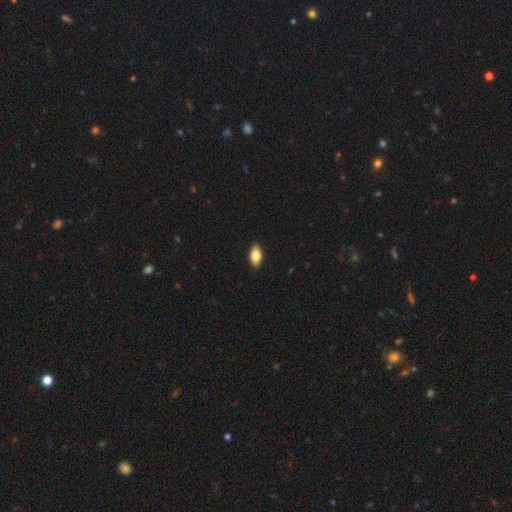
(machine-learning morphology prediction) Q: Smooth or featured?
A: smooth (79%); runner-up: featured or disk (14%)
Q: How rounded?
A: in between (90%); runner-up: cigar-shaped (5%)
Q: Merging?
A: none (90%); runner-up: minor disturbance (8%)